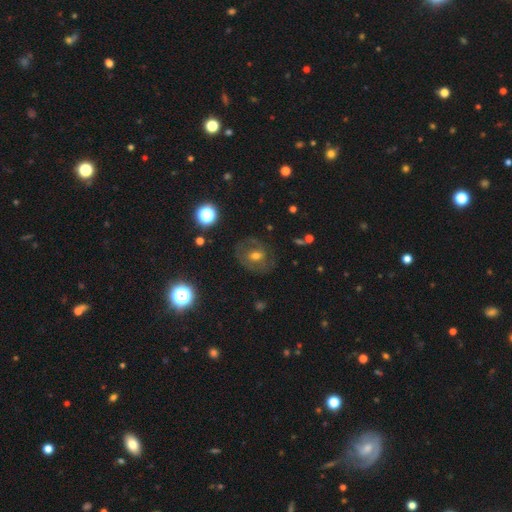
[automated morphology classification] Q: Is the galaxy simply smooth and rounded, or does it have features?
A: featured or disk — 46%.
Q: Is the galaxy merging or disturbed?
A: none — 75%.